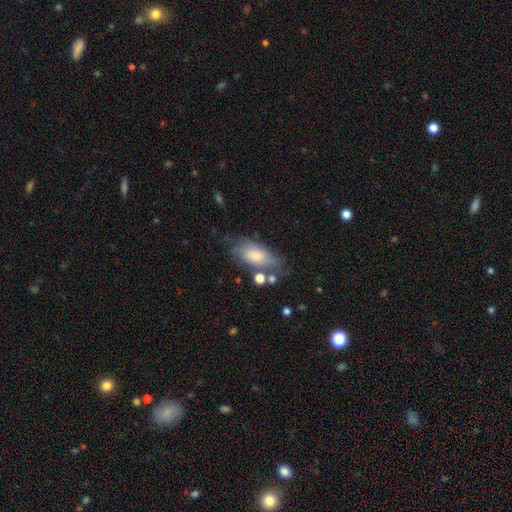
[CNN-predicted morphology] Smooth or featured? smooth (63%)
How rounded? in between (87%)
Merging? none (48%)